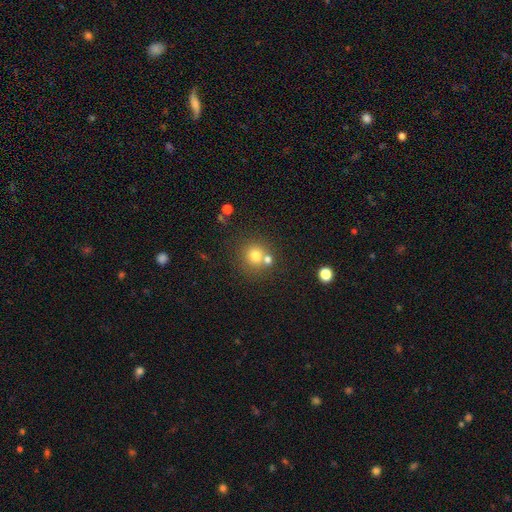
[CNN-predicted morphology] smooth_or_featured: smooth (p=0.74) [alt: star or artifact p=0.14]
how_rounded: round (p=0.90) [alt: in between p=0.09]
merging: none (p=0.60) [alt: merger p=0.28]